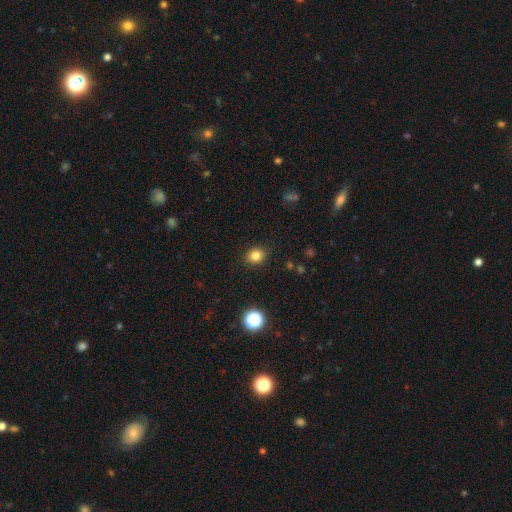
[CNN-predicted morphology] A smooth galaxy with no disk features (82%) that is round (76%).

Vote fractions:
- Smooth or featured? smooth: 82% / star or artifact: 13% / featured or disk: 5%
- How rounded? round: 76% / in between: 23% / cigar-shaped: 1%
- Merging? none: 89% / minor disturbance: 7% / major disturbance: 2% / merger: 1%